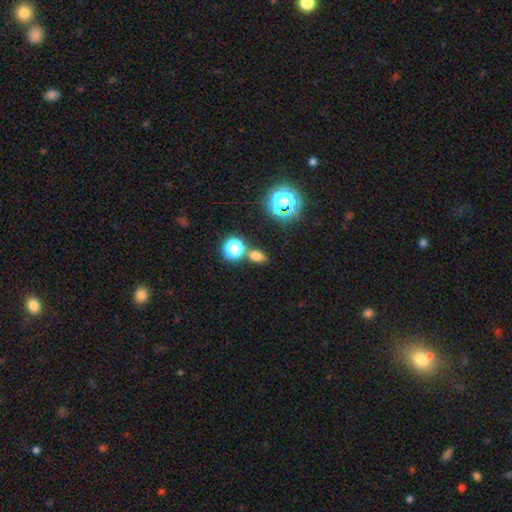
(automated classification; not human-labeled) Morphology: type=smooth (67%); roundness=in between (67%); merging=none (71%).